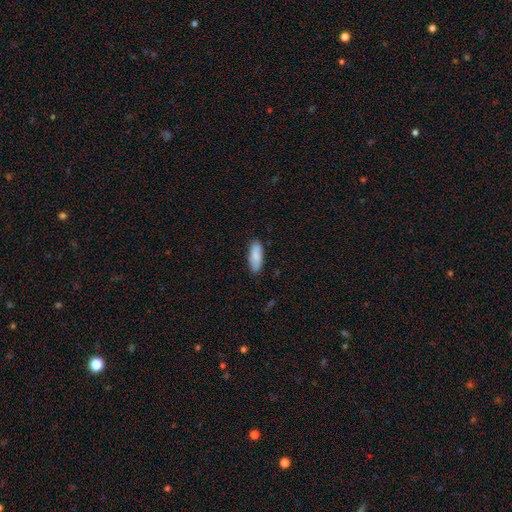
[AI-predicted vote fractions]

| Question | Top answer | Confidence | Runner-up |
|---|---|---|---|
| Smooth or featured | smooth | 87% | featured or disk (8%) |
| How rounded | in between | 66% | cigar-shaped (32%) |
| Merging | none | 85% | minor disturbance (12%) |